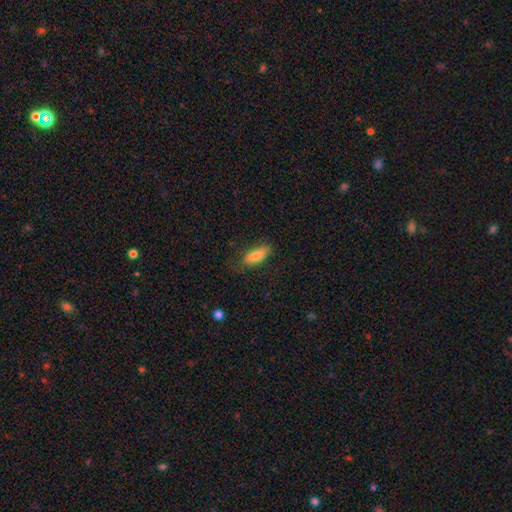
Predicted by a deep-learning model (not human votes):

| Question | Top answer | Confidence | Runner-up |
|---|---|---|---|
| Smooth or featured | smooth | 81% | featured or disk (12%) |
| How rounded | in between | 69% | cigar-shaped (29%) |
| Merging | none | 74% | minor disturbance (20%) |